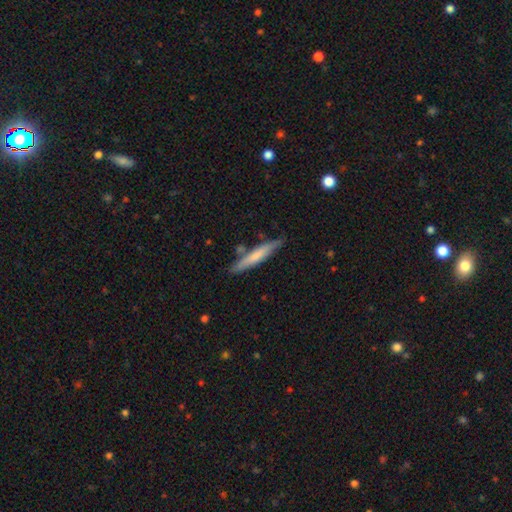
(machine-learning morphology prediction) This is likely a smooth galaxy (61%). How rounded: clearly cigar-shaped (93%). Merging: likely none (79%).